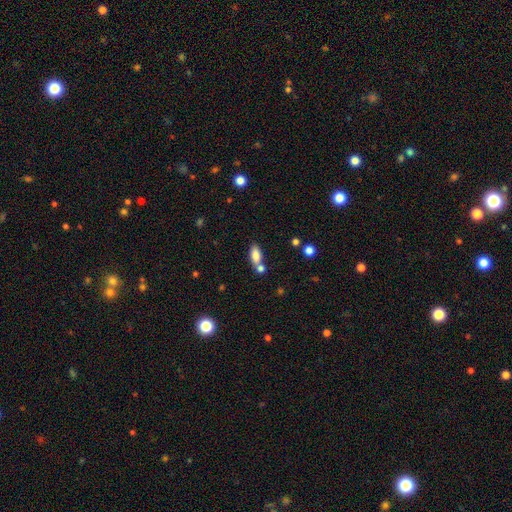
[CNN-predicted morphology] Smooth or featured? Predicted: smooth (p=0.82). How rounded? Predicted: in between (p=0.85). Merging? Predicted: none (p=0.53).